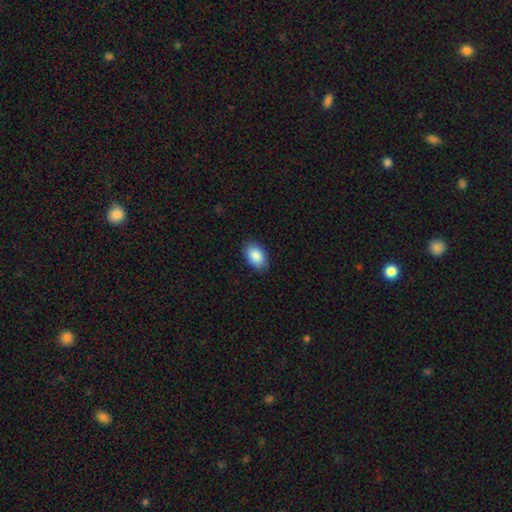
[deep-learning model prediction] A smooth galaxy with no disk features (89%) that is in between round and cigar-shaped (92%).

Vote fractions:
- Smooth or featured? smooth: 89% / star or artifact: 6% / featured or disk: 4%
- How rounded? in between: 92% / round: 7% / cigar-shaped: 1%
- Merging? none: 86% / minor disturbance: 11% / major disturbance: 2% / merger: 1%